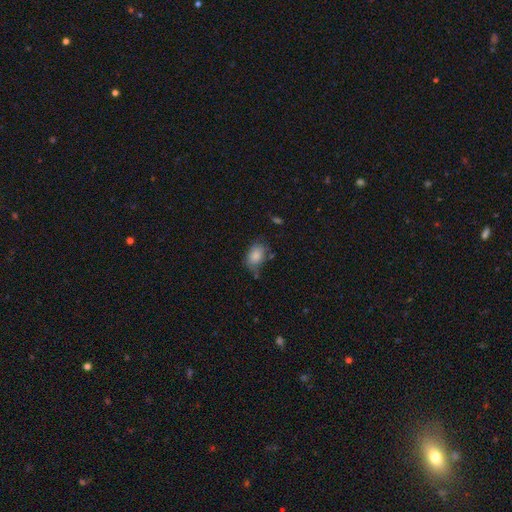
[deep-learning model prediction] This is clearly a smooth galaxy (83%). How rounded: clearly in between (82%). Merging: possibly none (58%).